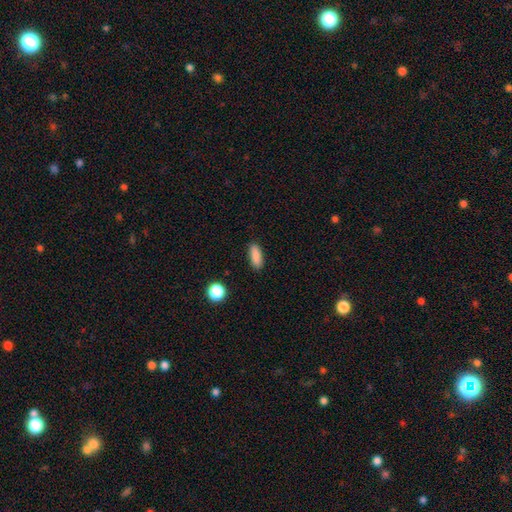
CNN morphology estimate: type=smooth (87%); roundness=in between (62%); merging=none (88%).